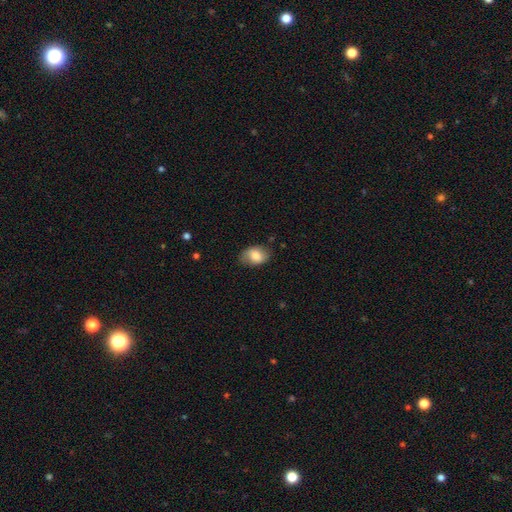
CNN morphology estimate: The model was most divided on "merging": none: 72%, minor disturbance: 21%, major disturbance: 5%, merger: 1%. More confident: how rounded — in between (82%); smooth or featured — smooth (77%).